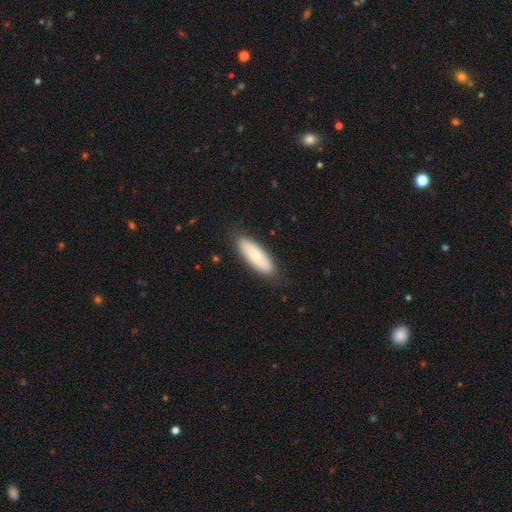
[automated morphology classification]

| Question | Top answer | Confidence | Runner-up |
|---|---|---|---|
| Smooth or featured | smooth | 78% | featured or disk (16%) |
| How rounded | in between | 56% | cigar-shaped (42%) |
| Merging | none | 86% | minor disturbance (11%) |